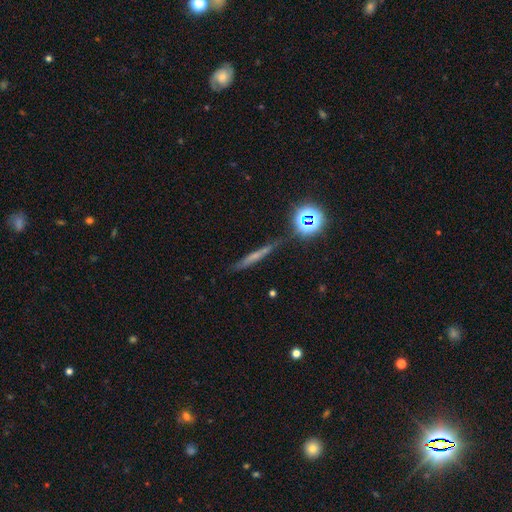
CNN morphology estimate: Smooth or featured?
  - smooth: 44% *
  - featured or disk: 34%
  - star or artifact: 22%
Merging?
  - none: 79% *
  - minor disturbance: 13%
  - merger: 4%
  - major disturbance: 4%